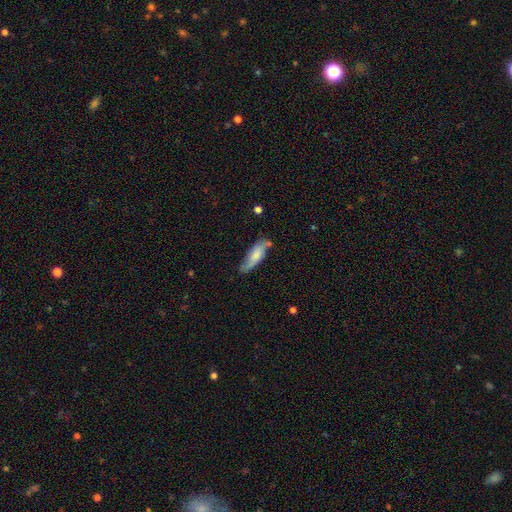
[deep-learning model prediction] Smooth or featured? smooth (47%)
Merging? none (69%)